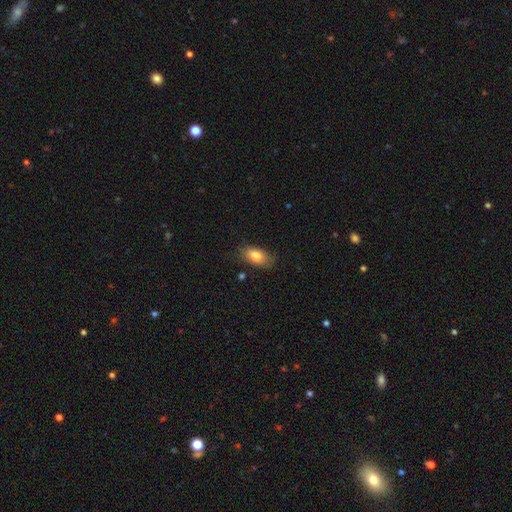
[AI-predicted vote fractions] This is clearly a smooth galaxy (82%). How rounded: clearly in between (90%). Merging: likely none (73%).